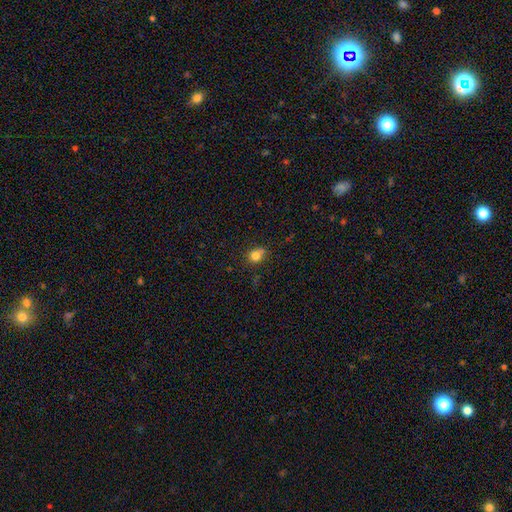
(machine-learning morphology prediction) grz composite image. It shows a smooth galaxy with no disk features (78%) that is round (62%). Merging: none (57%).